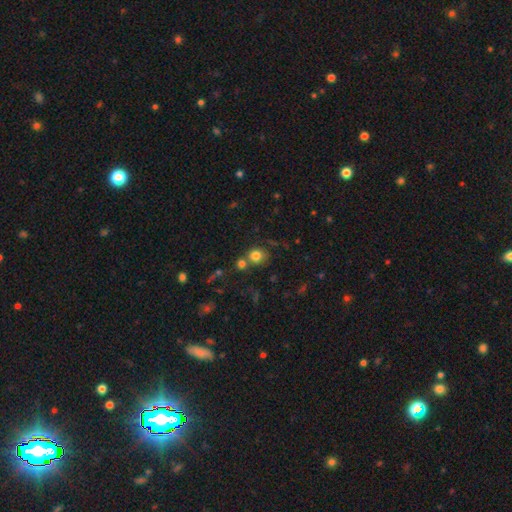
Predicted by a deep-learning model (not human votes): Overall: smooth (79%). How rounded: round (82%). Merging: none (60%; merger 26%).